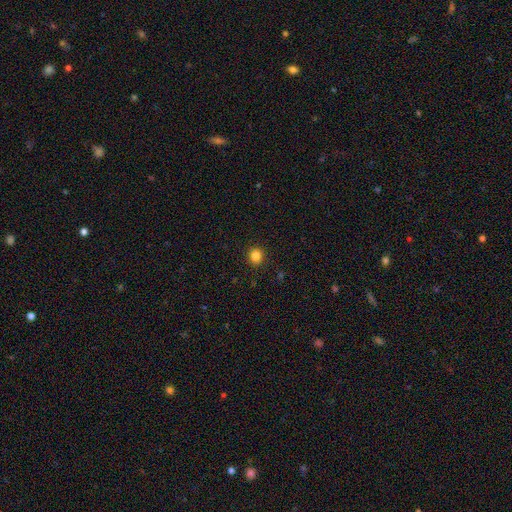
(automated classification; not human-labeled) Morphology: type=smooth (84%); roundness=round (86%); merging=none (92%).